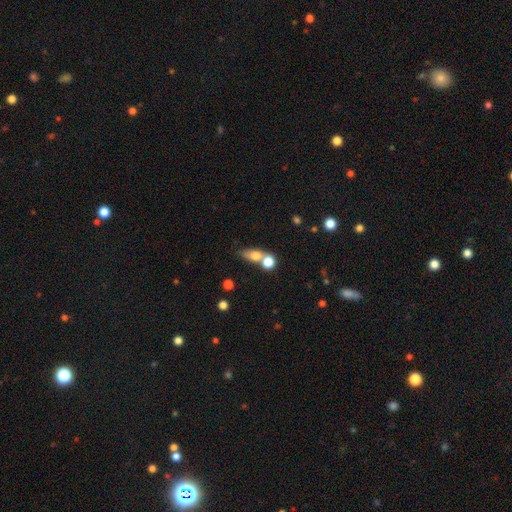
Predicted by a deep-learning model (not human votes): Smooth or featured? smooth (72%)
How rounded? in between (58%)
Merging? merger (45%)